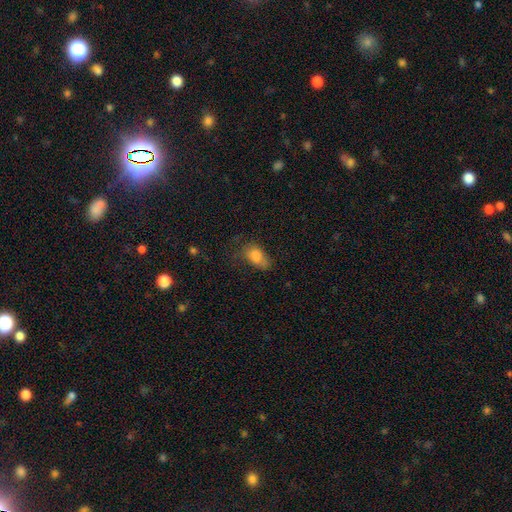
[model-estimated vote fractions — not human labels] Q: Smooth or featured?
A: smooth (79%); runner-up: featured or disk (11%)
Q: How rounded?
A: in between (86%); runner-up: round (10%)
Q: Merging?
A: none (47%); runner-up: minor disturbance (31%)